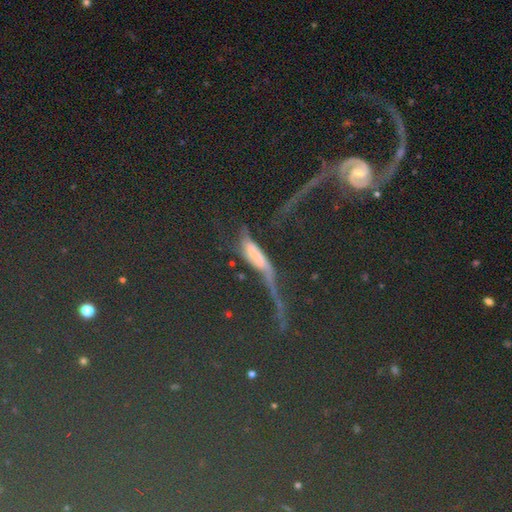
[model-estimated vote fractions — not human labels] Smooth or featured? Predicted: star or artifact (p=0.36).